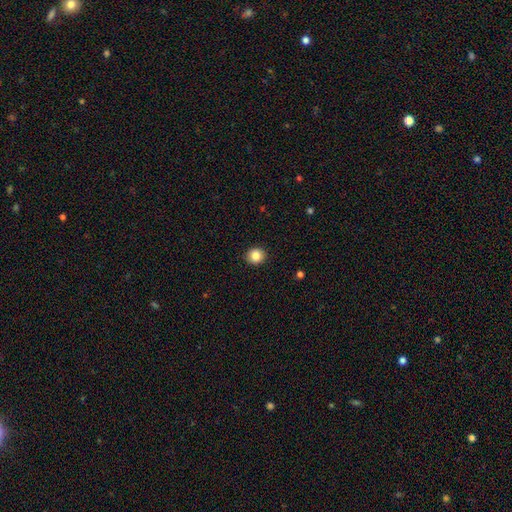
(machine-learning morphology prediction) A smooth galaxy with no disk features (86%) that is round (88%).

Vote fractions:
- Smooth or featured? smooth: 86% / star or artifact: 10% / featured or disk: 5%
- How rounded? round: 88% / in between: 11% / cigar-shaped: 1%
- Merging? none: 92% / minor disturbance: 5% / major disturbance: 2% / merger: 1%